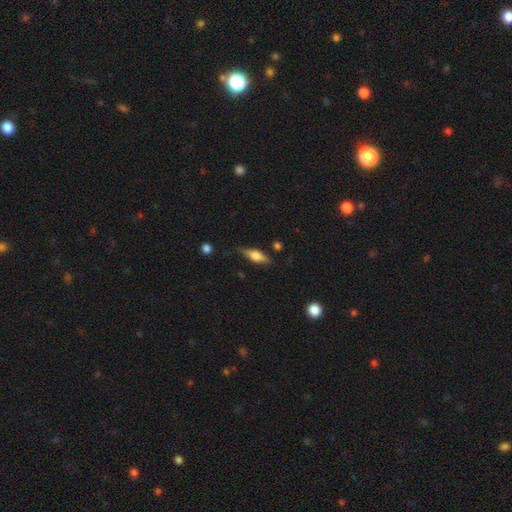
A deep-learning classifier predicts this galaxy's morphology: A smooth galaxy with no disk features (47%). Merging: none (78%).